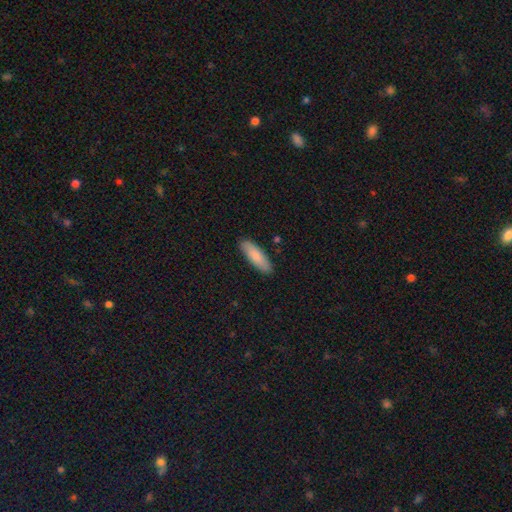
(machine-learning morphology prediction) Smooth or featured? Predicted: smooth (p=0.86). How rounded? Predicted: in between (p=0.49, tied with cigar-shaped). Merging? Predicted: none (p=0.88).